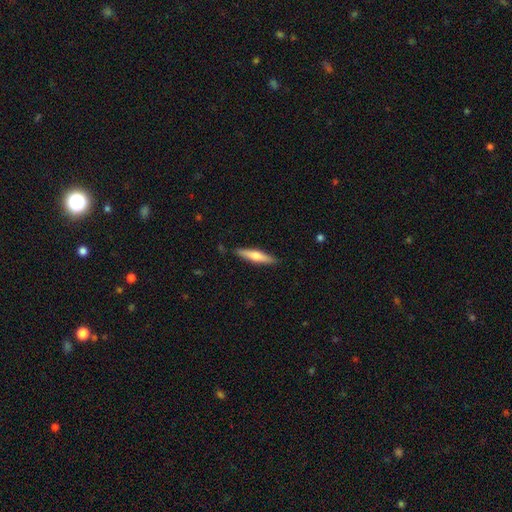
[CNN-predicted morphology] smooth_or_featured: smooth (p=0.53) [alt: featured or disk p=0.42]
how_rounded: cigar-shaped (p=0.85) [alt: in between p=0.13]
merging: none (p=0.89) [alt: minor disturbance p=0.08]